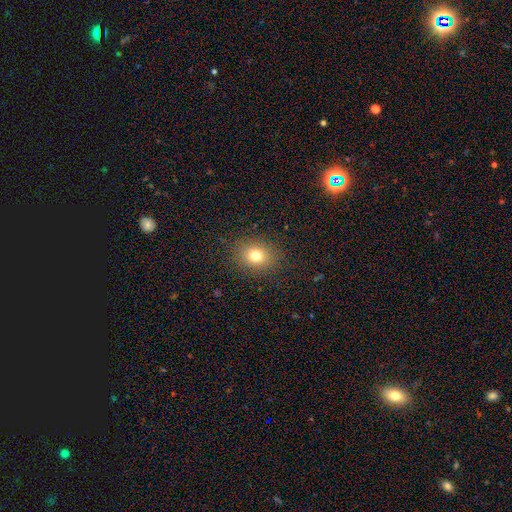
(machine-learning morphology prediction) Q: Smooth or featured?
A: smooth (76%); runner-up: star or artifact (15%)
Q: How rounded?
A: round (58%); runner-up: in between (41%)
Q: Merging?
A: none (87%); runner-up: minor disturbance (8%)